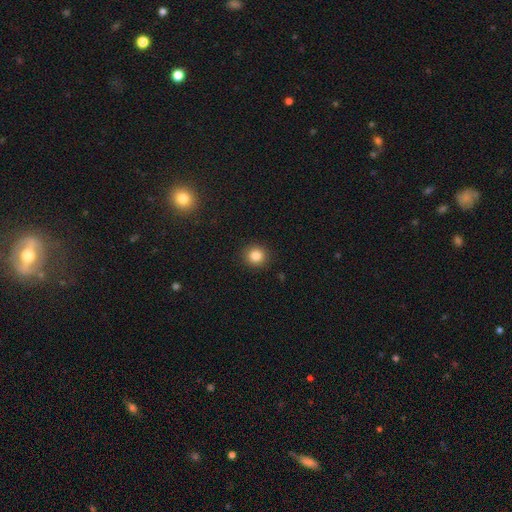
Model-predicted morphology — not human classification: A smooth galaxy with no disk features (84%) that is round (91%). Merging: none (91%).